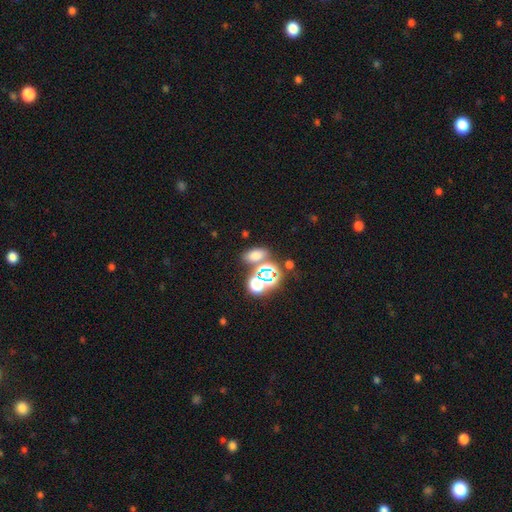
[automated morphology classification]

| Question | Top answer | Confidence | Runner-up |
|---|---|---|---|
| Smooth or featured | smooth | 62% | star or artifact (30%) |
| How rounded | in between | 77% | round (20%) |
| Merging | none | 67% | merger (18%) |